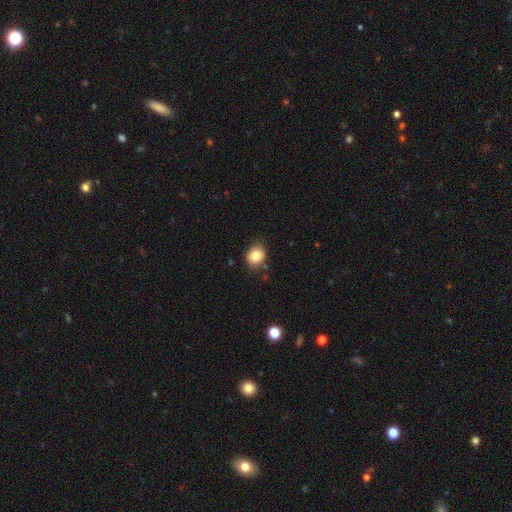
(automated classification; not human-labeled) This is clearly a smooth galaxy (82%). How rounded: likely round (62%). Merging: clearly none (81%).